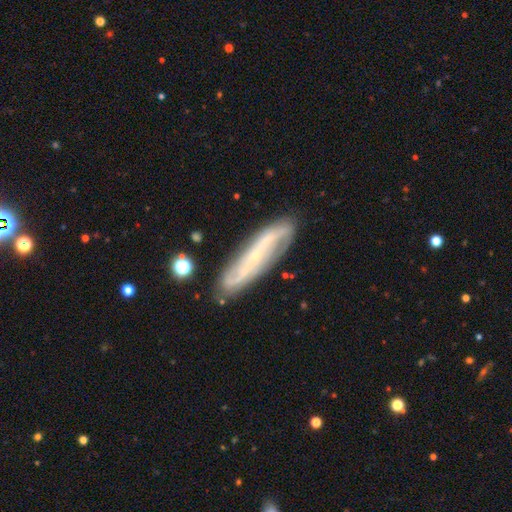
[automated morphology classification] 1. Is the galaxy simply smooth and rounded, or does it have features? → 75% featured or disk, 18% smooth, 7% star or artifact.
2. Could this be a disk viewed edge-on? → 69% no, 31% yes.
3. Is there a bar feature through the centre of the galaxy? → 36% no, 33% strong, 31% weak.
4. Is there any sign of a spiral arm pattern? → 87% yes, 13% no.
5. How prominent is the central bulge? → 80% small, 11% moderate, 6% none, 1% large, 1% dominant.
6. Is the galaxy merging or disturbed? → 80% none, 14% minor disturbance, 3% major disturbance, 2% merger.